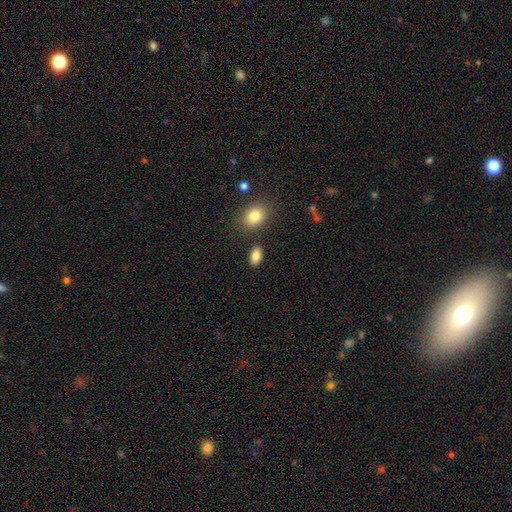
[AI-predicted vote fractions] smooth-or-featured: smooth: 85% | star or artifact: 8% | featured or disk: 6%
  how-rounded: in between: 89% | round: 9% | cigar-shaped: 2%
  merging: none: 83% | minor disturbance: 9% | merger: 5% | major disturbance: 3%